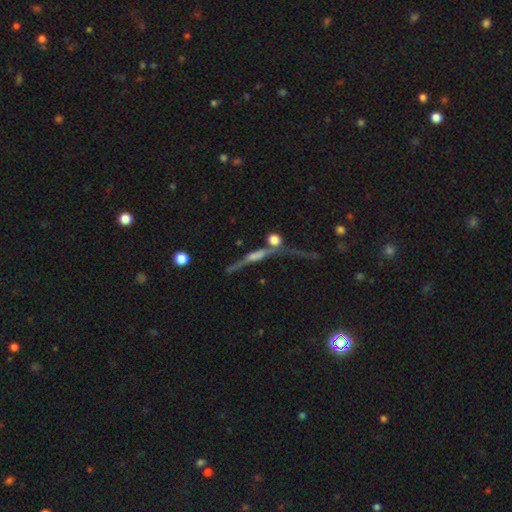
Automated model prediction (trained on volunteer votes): Morphology: type=featured or disk (68%); edge-on=yes (89%); edge-on bulge=rounded (66%); merging=none (53%).